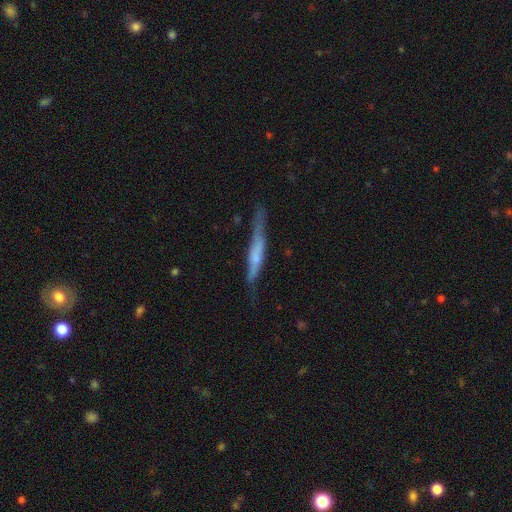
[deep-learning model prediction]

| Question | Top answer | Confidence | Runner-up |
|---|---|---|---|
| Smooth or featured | featured or disk | 56% | smooth (37%) |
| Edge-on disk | yes | 90% | no (10%) |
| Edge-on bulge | rounded | 41% | none (39%) |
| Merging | none | 65% | minor disturbance (25%) |